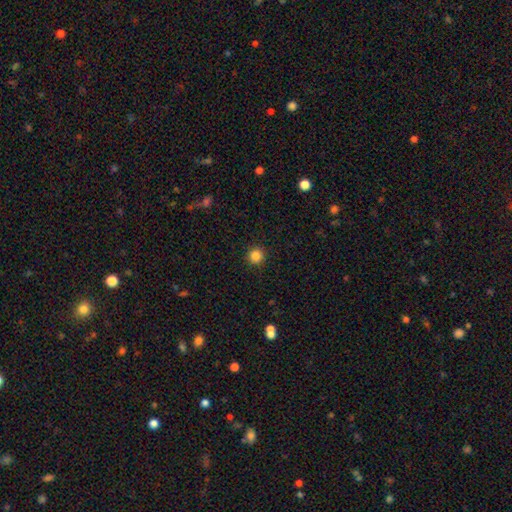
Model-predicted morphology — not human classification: This appears to be a smooth galaxy with no disk features (85%) that is round (95%). Merging: none (92%).